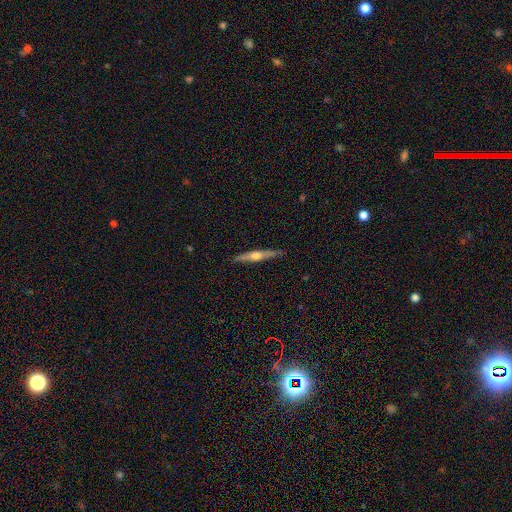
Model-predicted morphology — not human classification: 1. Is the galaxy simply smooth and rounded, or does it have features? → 73% featured or disk, 22% smooth, 6% star or artifact.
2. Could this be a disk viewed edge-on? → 98% yes, 2% no.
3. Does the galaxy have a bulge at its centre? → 90% rounded, 5% none, 4% boxy.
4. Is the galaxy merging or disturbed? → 90% none, 7% minor disturbance, 1% major disturbance, 1% merger.